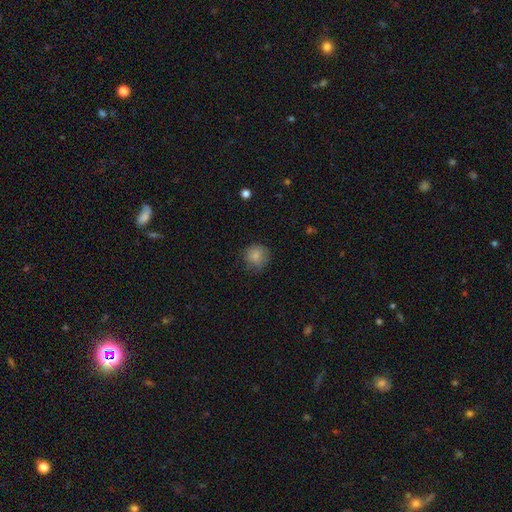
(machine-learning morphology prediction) smooth_or_featured: smooth (p=0.84) [alt: star or artifact p=0.10]
how_rounded: round (p=0.88) [alt: in between p=0.11]
merging: none (p=0.77) [alt: minor disturbance p=0.17]